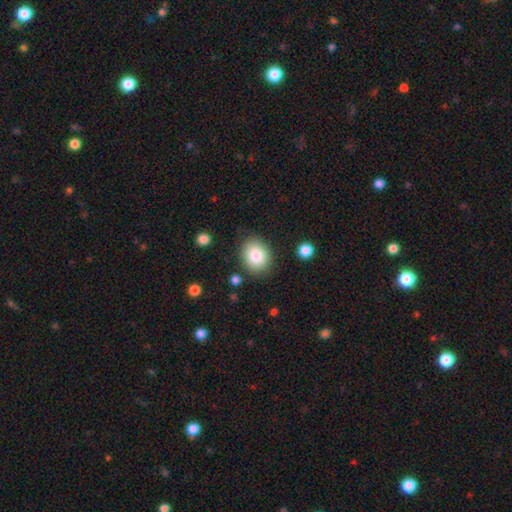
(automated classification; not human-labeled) This is clearly a smooth galaxy (85%). How rounded: possibly round (50%). Merging: clearly none (83%).